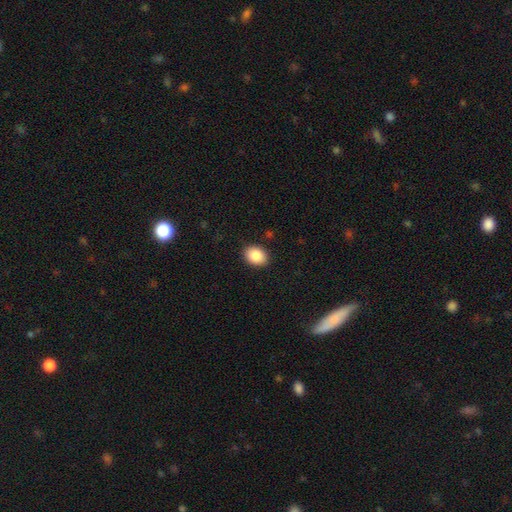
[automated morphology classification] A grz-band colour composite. It shows a smooth galaxy with no disk features (88%) that is in between round and cigar-shaped (68%). Merging: none (90%).